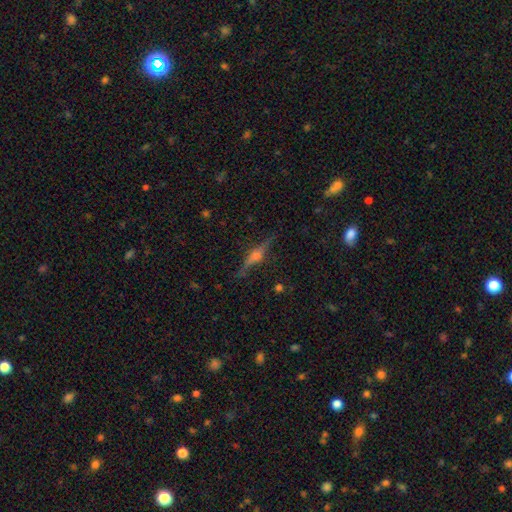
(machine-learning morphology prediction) Smooth or featured?
  - featured or disk: 80% *
  - smooth: 12%
  - star or artifact: 8%
Edge-on disk?
  - yes: 97% *
  - no: 3%
Edge-on bulge?
  - rounded: 89% *
  - boxy: 8%
  - none: 3%
Merging?
  - none: 87% *
  - minor disturbance: 9%
  - major disturbance: 2%
  - merger: 1%